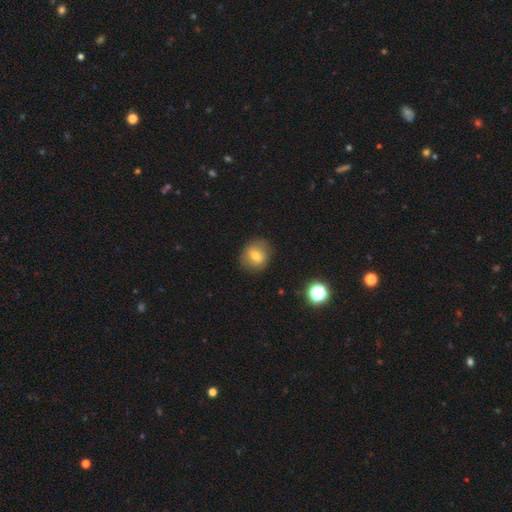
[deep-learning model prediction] Morphology: type=smooth (69%); roundness=round (77%); merging=none (82%).